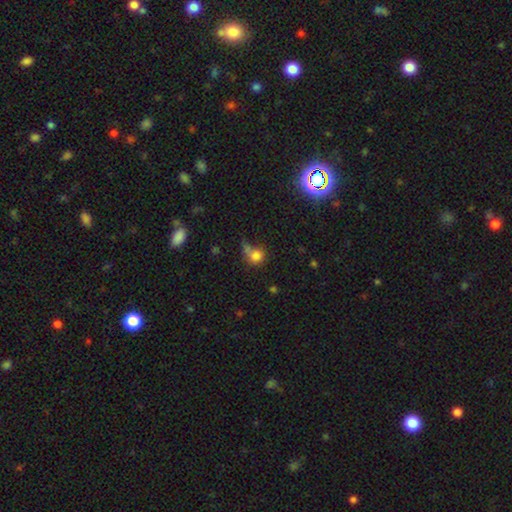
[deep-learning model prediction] This is likely a smooth galaxy (76%). How rounded: likely round (79%). Merging: marginally none (40%).